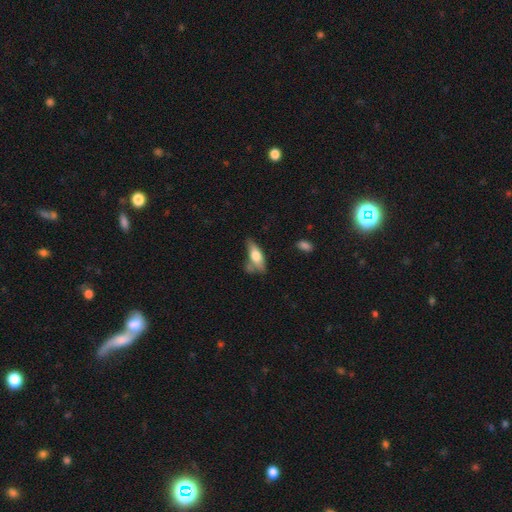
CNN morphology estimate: smooth-or-featured: smooth: 65% | featured or disk: 28% | star or artifact: 7%
  how-rounded: in between: 67% | cigar-shaped: 29% | round: 3%
  merging: none: 44% | minor disturbance: 29% | major disturbance: 14% | merger: 14%